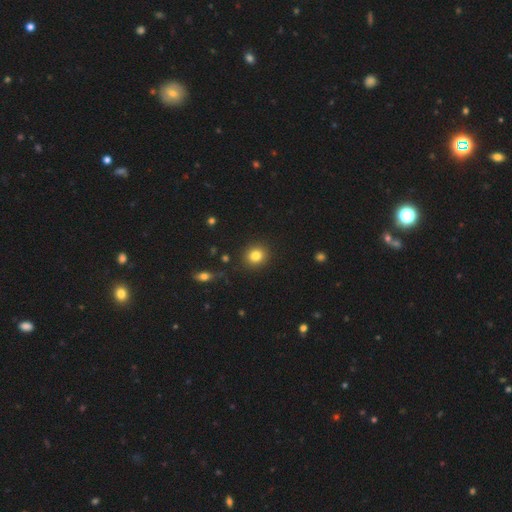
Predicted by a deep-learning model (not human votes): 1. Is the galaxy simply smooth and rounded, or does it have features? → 83% smooth, 11% star or artifact, 6% featured or disk.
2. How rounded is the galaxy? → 83% round, 16% in between, 1% cigar-shaped.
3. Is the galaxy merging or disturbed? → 90% none, 7% minor disturbance, 2% major disturbance, 2% merger.